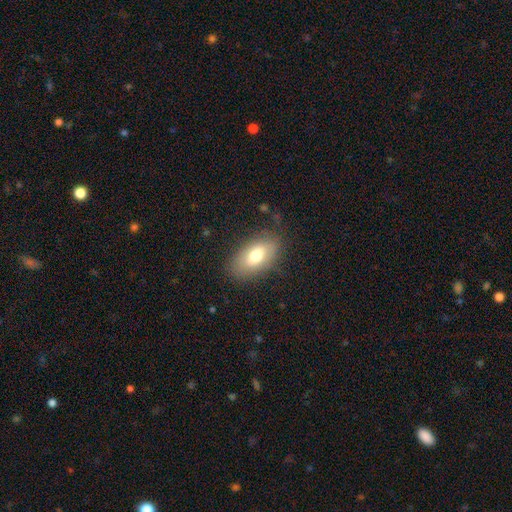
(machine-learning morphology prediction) smooth-or-featured: smooth: 74% | featured or disk: 18% | star or artifact: 8%
  how-rounded: in between: 91% | round: 5% | cigar-shaped: 4%
  merging: none: 80% | minor disturbance: 14% | major disturbance: 5% | merger: 1%